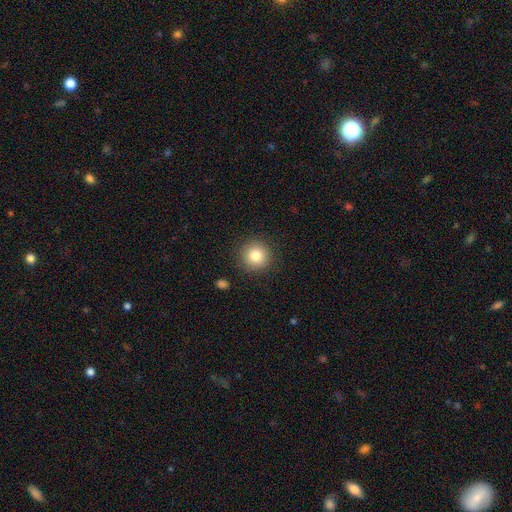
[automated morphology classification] Smooth or featured? smooth (82%)
How rounded? round (94%)
Merging? none (90%)